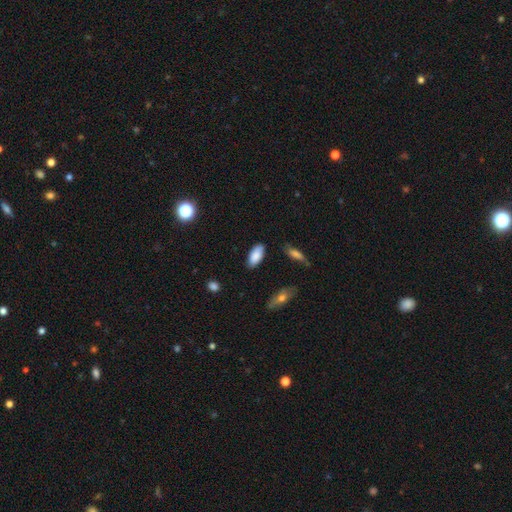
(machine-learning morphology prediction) Smooth or featured?
  - smooth: 87% *
  - featured or disk: 7%
  - star or artifact: 6%
How rounded?
  - in between: 90% *
  - cigar-shaped: 8%
  - round: 2%
Merging?
  - none: 84% *
  - minor disturbance: 12%
  - major disturbance: 2%
  - merger: 2%